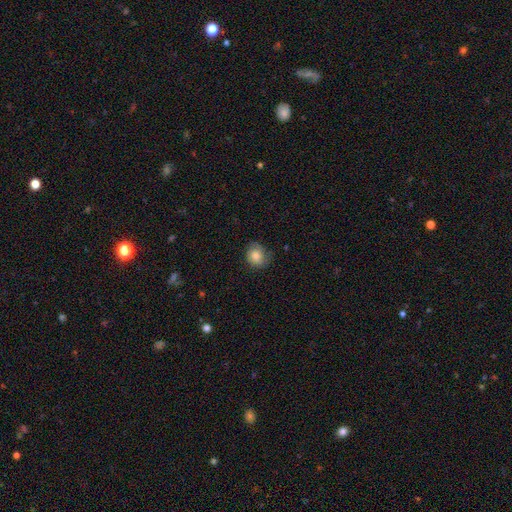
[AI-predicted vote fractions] Q: Smooth or featured?
A: smooth (75%); runner-up: featured or disk (17%)
Q: How rounded?
A: round (70%); runner-up: in between (29%)
Q: Merging?
A: none (65%); runner-up: minor disturbance (26%)